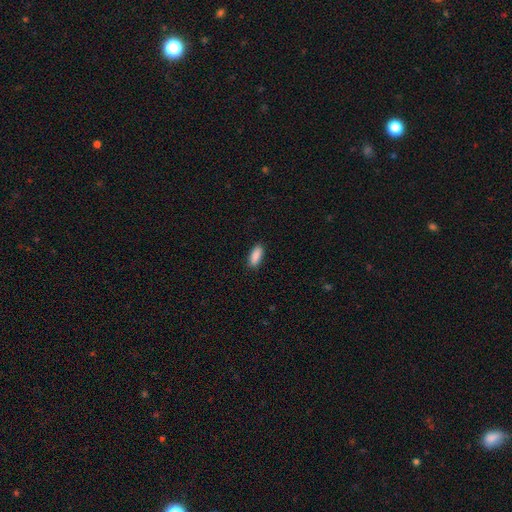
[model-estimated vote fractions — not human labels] This appears to be a smooth galaxy with no disk features (90%) that is in between round and cigar-shaped (78%). Merging: none (88%).